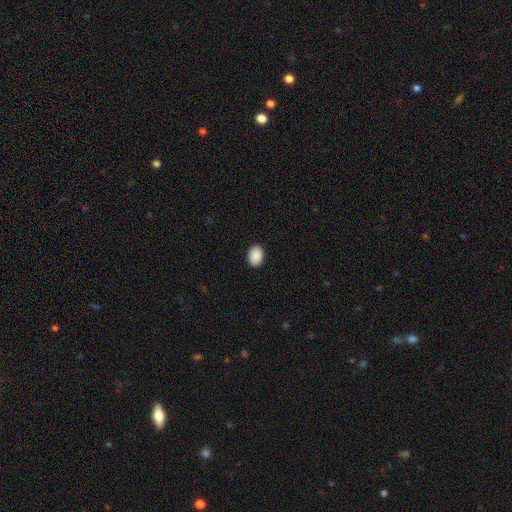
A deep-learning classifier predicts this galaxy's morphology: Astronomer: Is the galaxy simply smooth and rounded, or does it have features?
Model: smooth — 90%.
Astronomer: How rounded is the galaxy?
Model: in between — 77%.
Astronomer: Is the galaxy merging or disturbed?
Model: none — 91%.